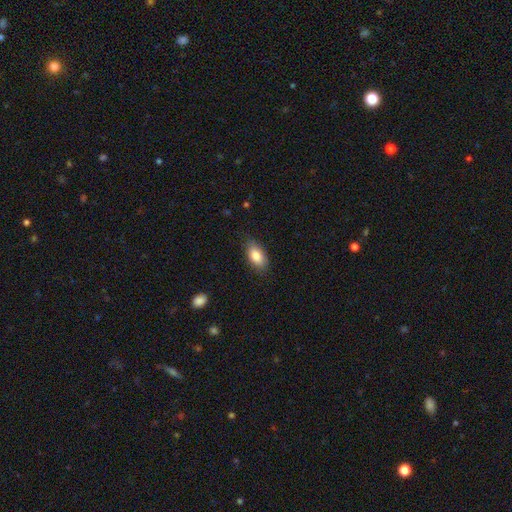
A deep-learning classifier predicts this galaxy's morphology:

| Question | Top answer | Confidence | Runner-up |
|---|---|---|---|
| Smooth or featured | smooth | 84% | featured or disk (9%) |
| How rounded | in between | 92% | round (4%) |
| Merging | none | 83% | minor disturbance (13%) |